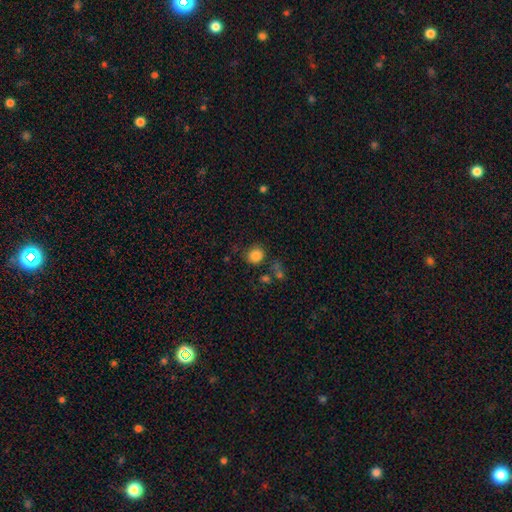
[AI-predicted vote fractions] smooth-or-featured: smooth: 84% | star or artifact: 11% | featured or disk: 5%
  how-rounded: round: 83% | in between: 16% | cigar-shaped: 1%
  merging: none: 78% | minor disturbance: 11% | merger: 6% | major disturbance: 5%